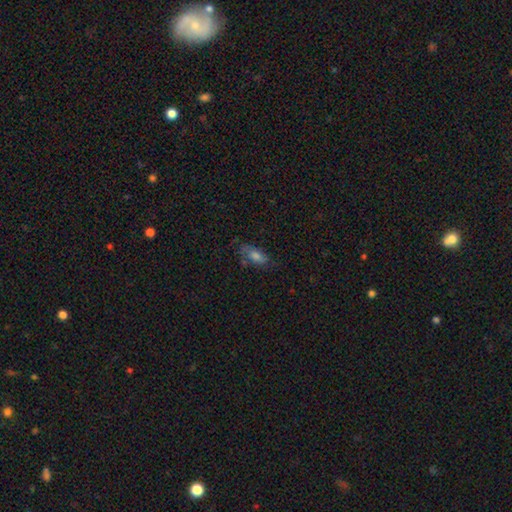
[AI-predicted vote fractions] This appears to be a smooth galaxy with no disk features (58%) that is in between round and cigar-shaped (80%). Merging: none (60%).